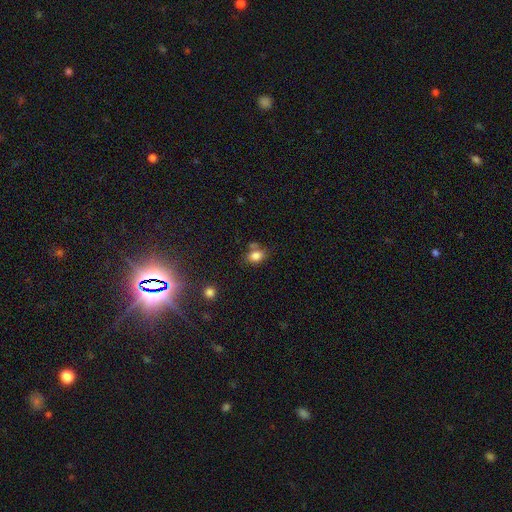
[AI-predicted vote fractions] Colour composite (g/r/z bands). It shows a smooth galaxy with no disk features (81%) that is in between round and cigar-shaped (61%). Merging: none (61%).